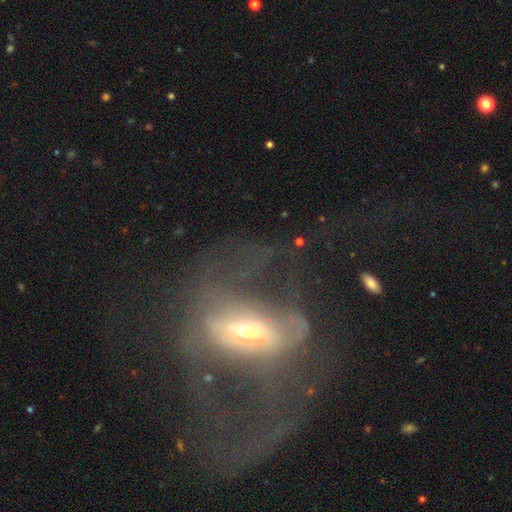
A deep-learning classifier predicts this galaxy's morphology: Q: Smooth or featured?
A: featured or disk (68%); runner-up: smooth (20%)
Q: Edge-on disk?
A: no (88%); runner-up: yes (12%)
Q: Bar?
A: no (36%); runner-up: strong (35%)
Q: Spiral arms?
A: yes (50%); tied with: no (50%)
Q: Bulge size?
A: moderate (48%); runner-up: small (42%)
Q: Merging?
A: major disturbance (56%); runner-up: none (27%)